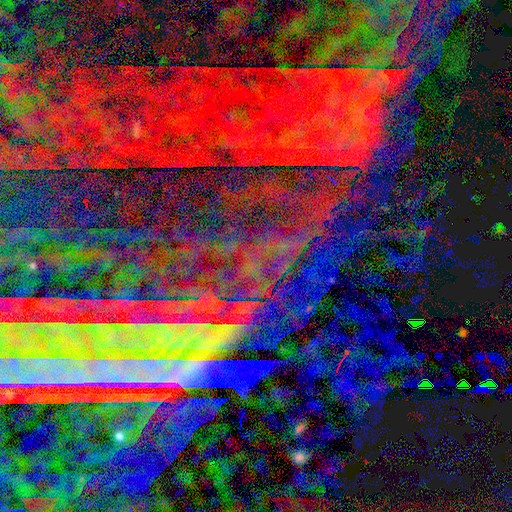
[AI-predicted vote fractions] A star or artifact, not a galaxy (84%).